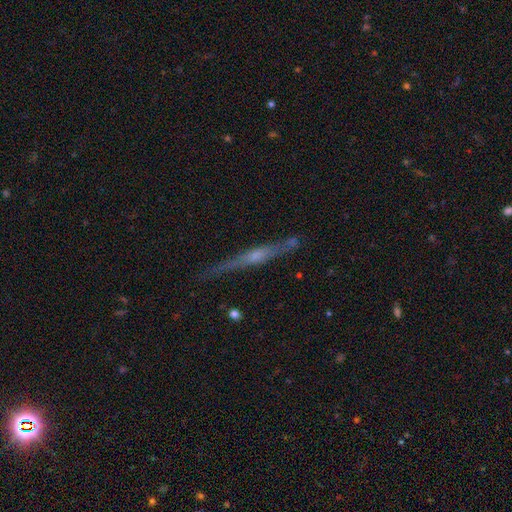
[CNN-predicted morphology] smooth-or-featured: featured or disk: 76% | smooth: 17% | star or artifact: 7%
  disk-edge-on: yes: 97% | no: 3%
    edge-on-bulge: rounded: 66% | none: 22% | boxy: 12%
  merging: none: 84% | minor disturbance: 11% | major disturbance: 2% | merger: 2%